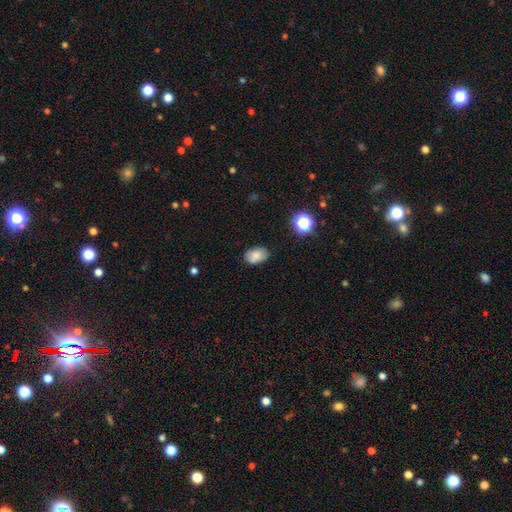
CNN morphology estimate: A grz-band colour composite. It shows a smooth galaxy with no disk features (81%) that is in between round and cigar-shaped (83%). Merging: none (80%).